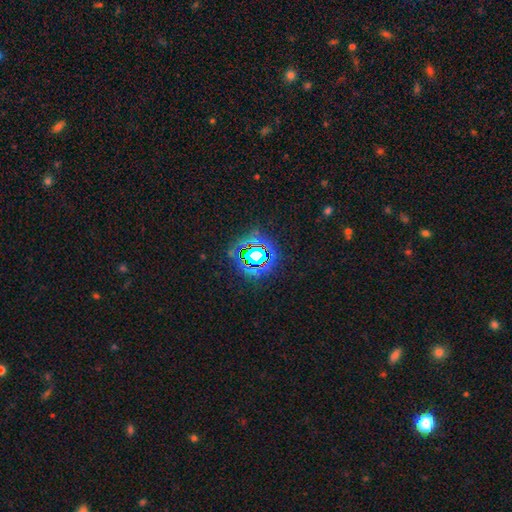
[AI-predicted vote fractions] Smooth or featured? star or artifact (72%)